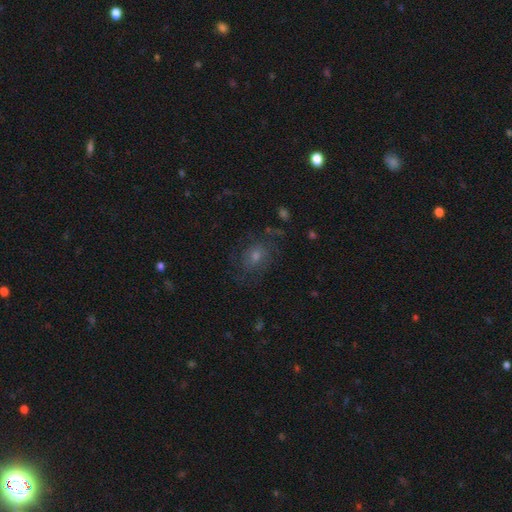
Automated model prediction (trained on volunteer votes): A featured or disk galaxy (42%). Merging: none (71%).